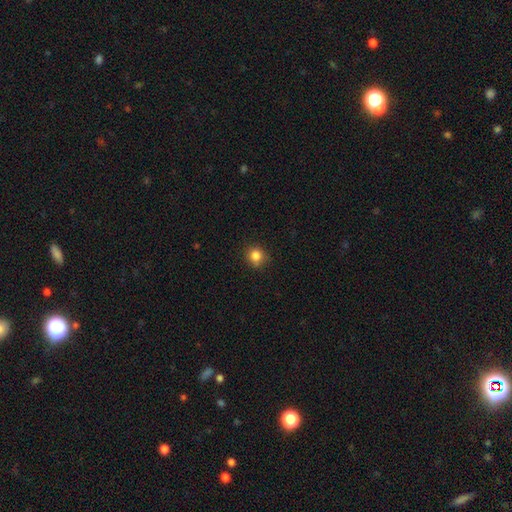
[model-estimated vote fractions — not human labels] The model was most divided on "how rounded": round: 82%, in between: 17%, cigar-shaped: 1%. More confident: merging — none (85%); smooth or featured — smooth (84%).